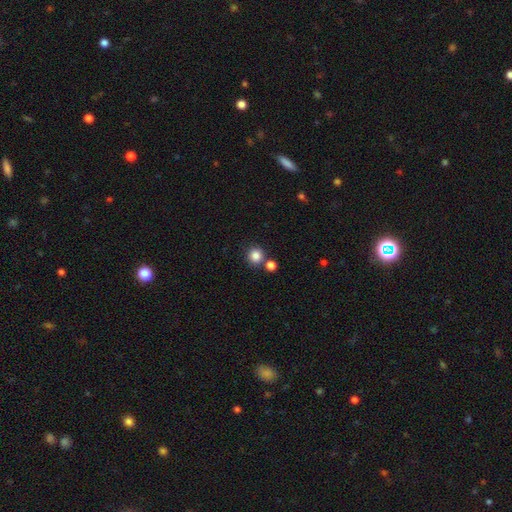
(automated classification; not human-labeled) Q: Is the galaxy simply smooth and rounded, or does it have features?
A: smooth — 84%.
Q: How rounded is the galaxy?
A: round — 91%.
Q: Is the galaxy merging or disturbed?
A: none — 75%.